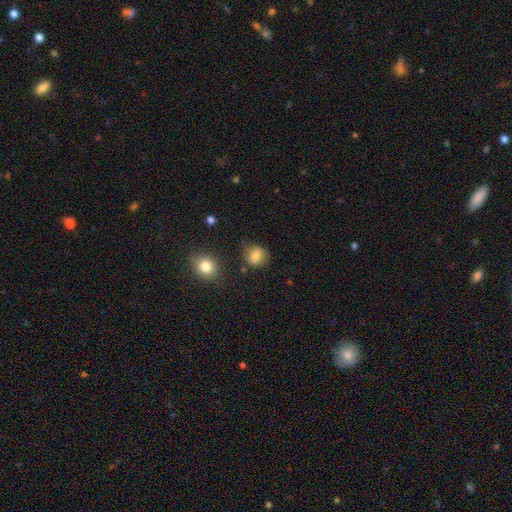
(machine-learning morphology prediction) Q: Smooth or featured?
A: smooth (80%); runner-up: star or artifact (11%)
Q: How rounded?
A: round (70%); runner-up: in between (28%)
Q: Merging?
A: none (72%); runner-up: minor disturbance (19%)